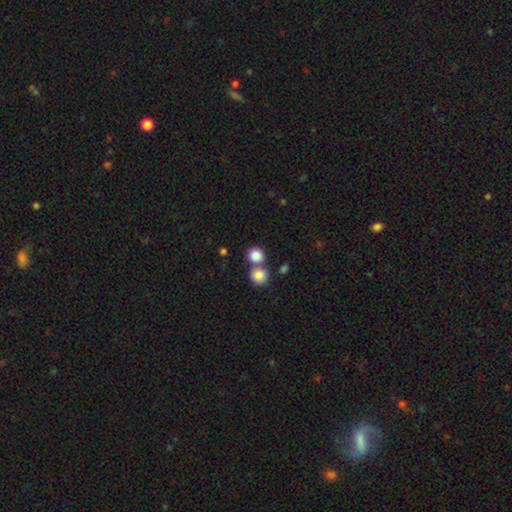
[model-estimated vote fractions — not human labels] A smooth galaxy with no disk features (85%) that is round (83%).

Vote fractions:
- Smooth or featured? smooth: 85% / star or artifact: 9% / featured or disk: 6%
- How rounded? round: 83% / in between: 16% / cigar-shaped: 1%
- Merging? none: 54% / merger: 36% / minor disturbance: 7% / major disturbance: 3%